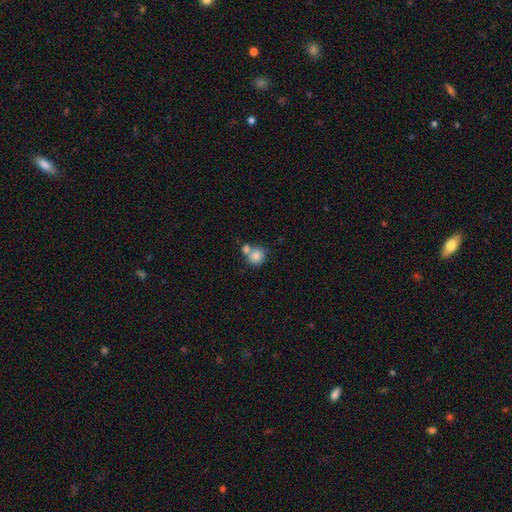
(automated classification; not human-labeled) Morphology: type=smooth (82%); roundness=round (82%); merging=merger (44%).